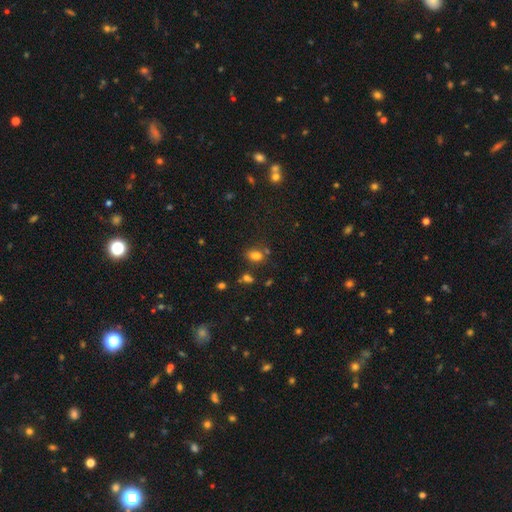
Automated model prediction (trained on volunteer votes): This appears to be a smooth galaxy with no disk features (76%) that is in between round and cigar-shaped (75%). Merging: none (64%).